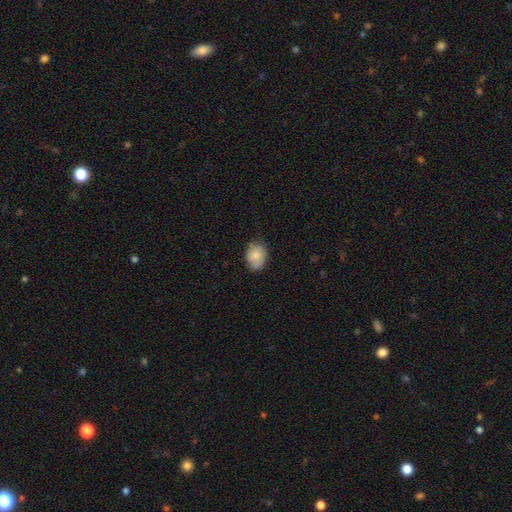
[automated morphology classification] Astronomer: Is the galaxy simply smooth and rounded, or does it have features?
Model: smooth — 80%.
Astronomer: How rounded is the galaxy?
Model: in between — 62%.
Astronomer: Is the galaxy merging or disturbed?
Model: none — 70%.